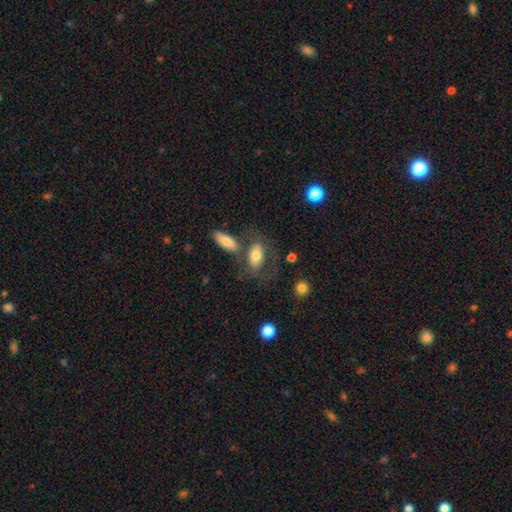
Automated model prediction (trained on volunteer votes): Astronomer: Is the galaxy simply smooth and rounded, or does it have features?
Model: smooth — 68%.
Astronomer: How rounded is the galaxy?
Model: in between — 88%.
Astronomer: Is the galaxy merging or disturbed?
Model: none — 48%.